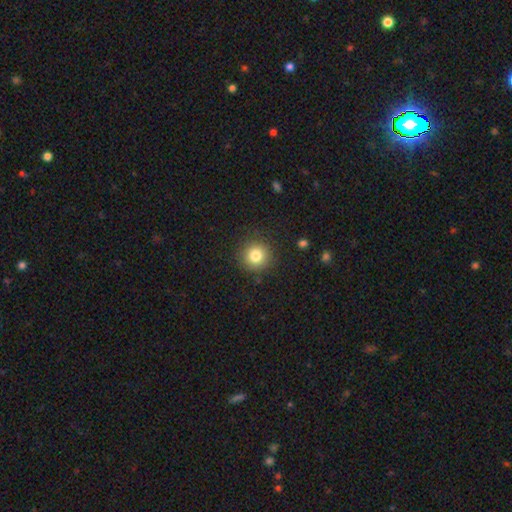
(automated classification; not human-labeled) This appears to be a smooth galaxy with no disk features (81%) that is round (94%). Merging: none (89%).